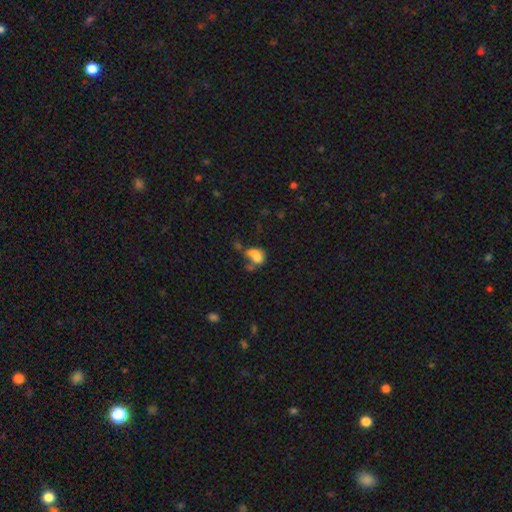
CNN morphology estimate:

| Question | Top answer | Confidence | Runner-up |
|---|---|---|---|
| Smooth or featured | smooth | 66% | featured or disk (21%) |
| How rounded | in between | 52% | round (47%) |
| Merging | merger | 55% | none (20%) |